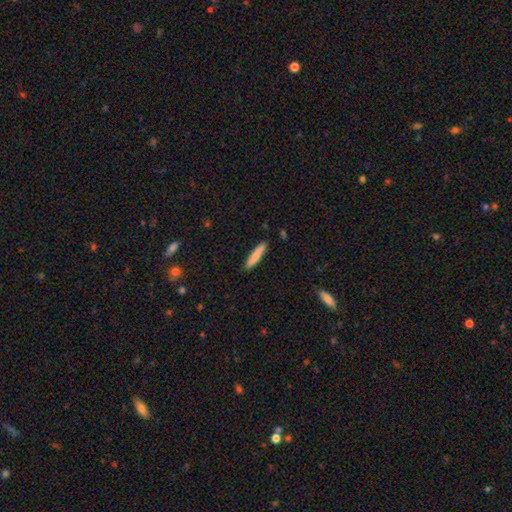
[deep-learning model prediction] Smooth or featured? smooth (80%)
How rounded? cigar-shaped (90%)
Merging? none (89%)